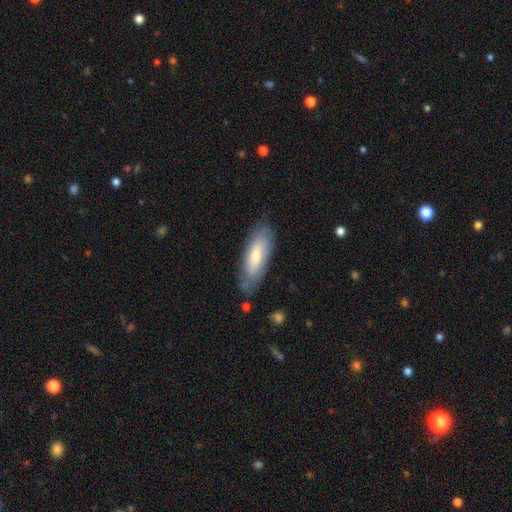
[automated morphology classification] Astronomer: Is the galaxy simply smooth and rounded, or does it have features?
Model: smooth — 63%.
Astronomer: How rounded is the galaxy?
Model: in between — 59% (runner-up: cigar-shaped, 39%).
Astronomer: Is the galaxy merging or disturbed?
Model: none — 76%.